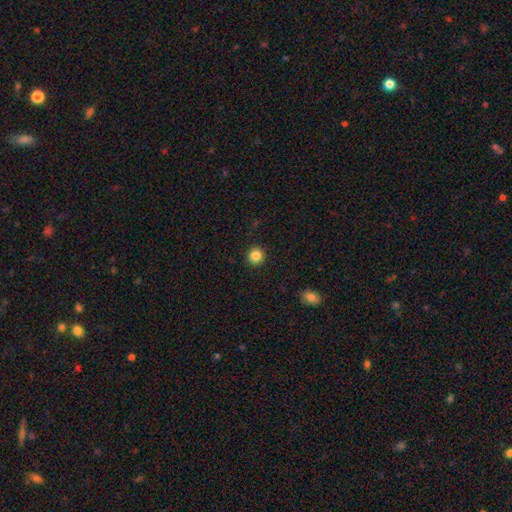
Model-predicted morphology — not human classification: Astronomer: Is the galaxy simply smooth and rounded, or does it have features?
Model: smooth — 85%.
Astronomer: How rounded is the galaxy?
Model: round — 94%.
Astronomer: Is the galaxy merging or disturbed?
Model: none — 93%.